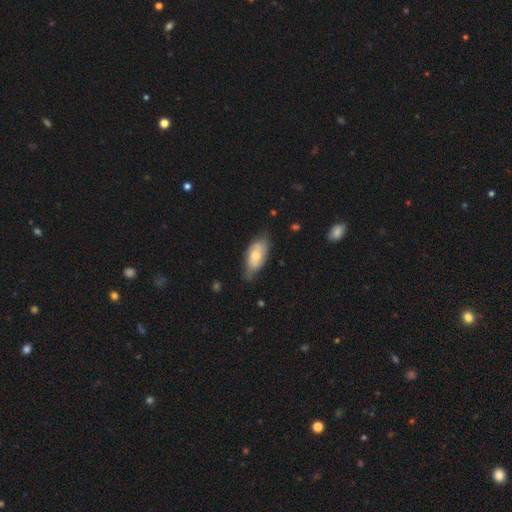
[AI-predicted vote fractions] smooth 56%, featured or disk 38%, star or artifact 6%. Down the decision tree: how rounded — in between (88%); merging — none (57%).